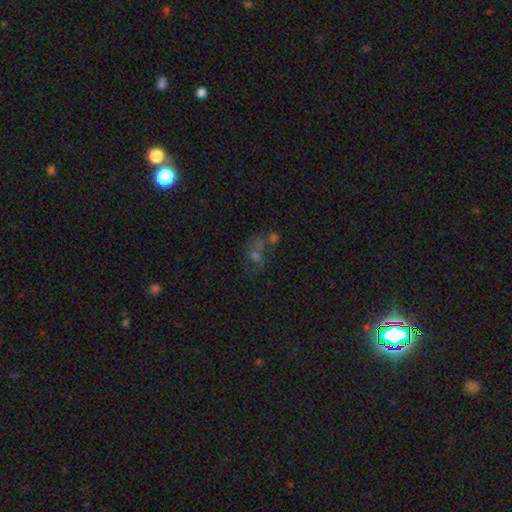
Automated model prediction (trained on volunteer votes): smooth 36%, star or artifact 34%, featured or disk 30%. Down the decision tree: merging — merger (39%).